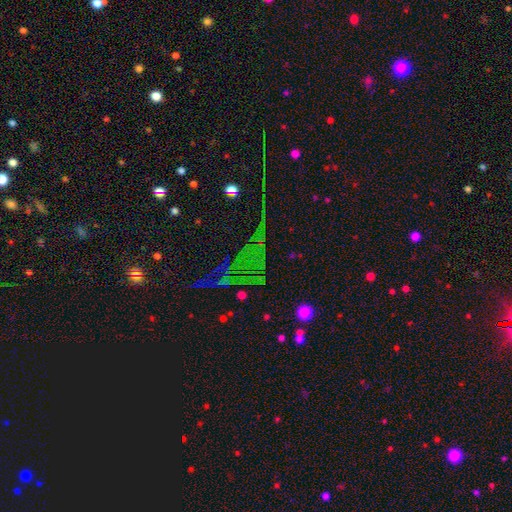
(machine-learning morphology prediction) This is likely a star or artifact rather than a galaxy (71%).